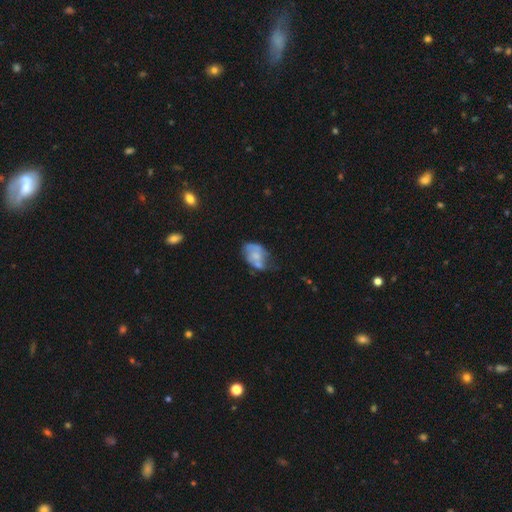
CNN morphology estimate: Smooth or featured? Predicted: smooth (p=0.46). Merging? Predicted: minor disturbance (p=0.32).